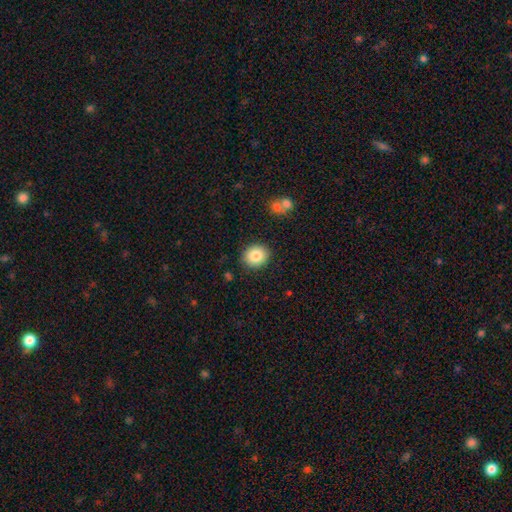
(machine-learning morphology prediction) This appears to be a smooth galaxy with no disk features (84%) that is round (73%). Merging: none (88%).